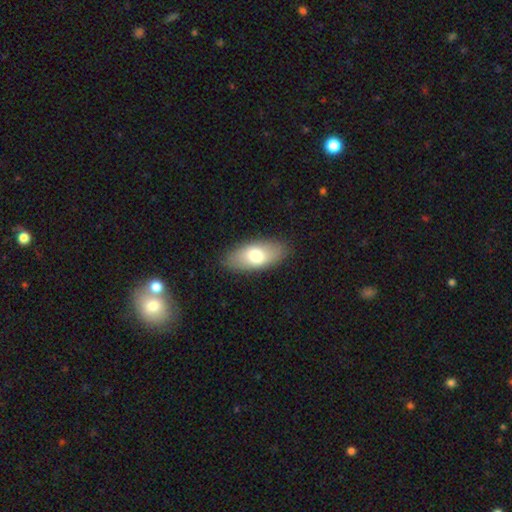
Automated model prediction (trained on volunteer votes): smooth 72%, featured or disk 21%, star or artifact 6%. Down the decision tree: how rounded — in between (89%); merging — none (86%).